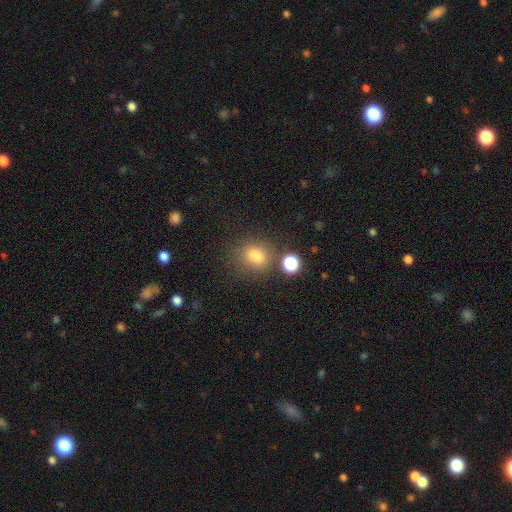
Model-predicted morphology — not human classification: Smooth or featured? Predicted: smooth (p=0.79). How rounded? Predicted: round (p=0.55). Merging? Predicted: none (p=0.71).